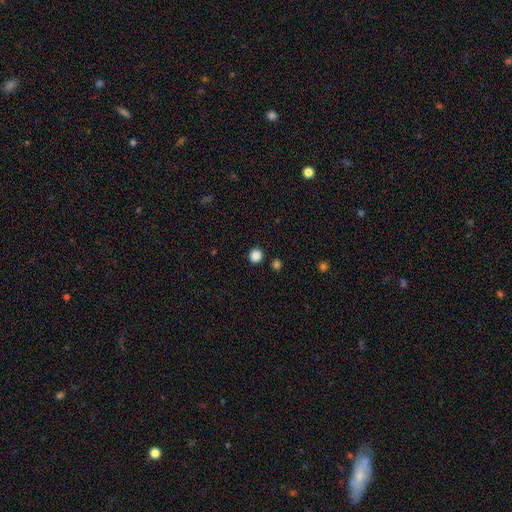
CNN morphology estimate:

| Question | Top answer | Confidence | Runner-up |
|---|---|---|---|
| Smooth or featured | smooth | 86% | star or artifact (11%) |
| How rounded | round | 92% | in between (7%) |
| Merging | none | 90% | minor disturbance (5%) |